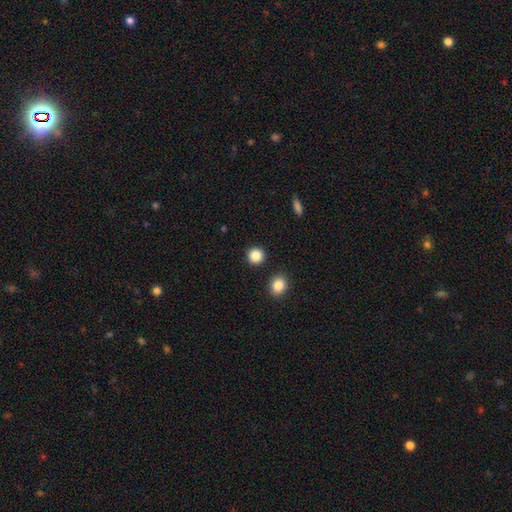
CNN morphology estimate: This is clearly a smooth galaxy (86%). How rounded: clearly round (93%). Merging: clearly none (90%).